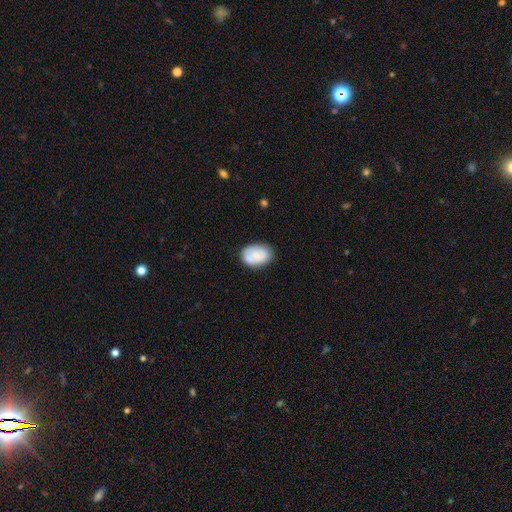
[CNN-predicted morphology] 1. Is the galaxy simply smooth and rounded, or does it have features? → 78% smooth, 15% featured or disk, 7% star or artifact.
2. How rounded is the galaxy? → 85% in between, 14% round, 1% cigar-shaped.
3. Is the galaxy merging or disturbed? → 73% none, 19% minor disturbance, 4% major disturbance, 3% merger.